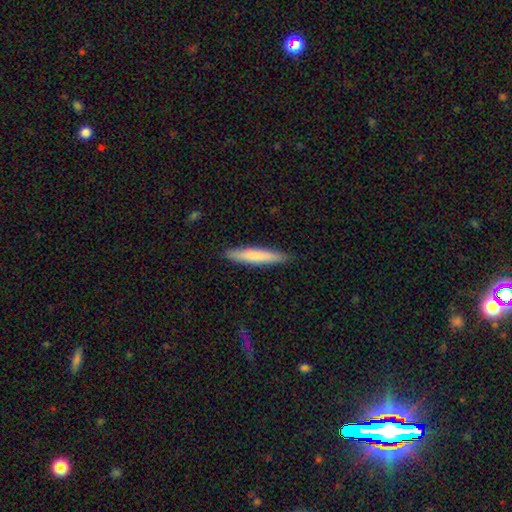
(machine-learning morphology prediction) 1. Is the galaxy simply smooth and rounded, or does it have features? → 74% smooth, 21% featured or disk, 5% star or artifact.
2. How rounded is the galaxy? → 93% cigar-shaped, 6% in between, 1% round.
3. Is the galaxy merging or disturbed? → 90% none, 8% minor disturbance, 1% major disturbance, 1% merger.